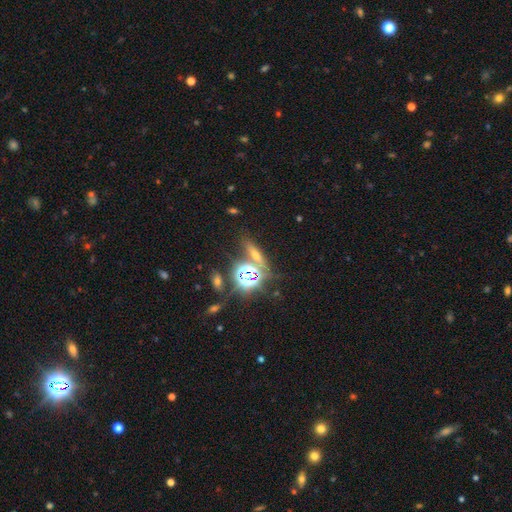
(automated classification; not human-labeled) Smooth or featured? star or artifact (48%)